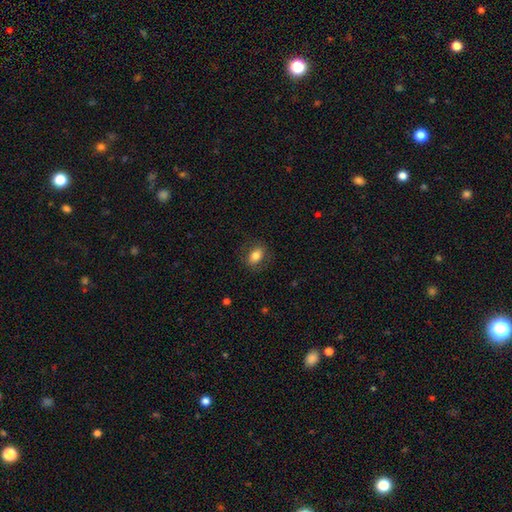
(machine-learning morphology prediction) Smooth or featured?
  - smooth: 78% *
  - featured or disk: 14%
  - star or artifact: 8%
How rounded?
  - in between: 79% *
  - round: 19%
  - cigar-shaped: 2%
Merging?
  - none: 80% *
  - minor disturbance: 13%
  - major disturbance: 6%
  - merger: 1%